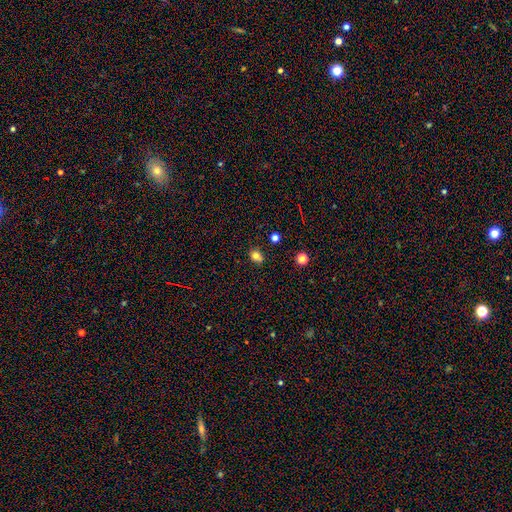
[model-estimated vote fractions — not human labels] Q: Smooth or featured?
A: smooth (76%); runner-up: star or artifact (15%)
Q: How rounded?
A: round (61%); runner-up: in between (38%)
Q: Merging?
A: none (66%); runner-up: minor disturbance (19%)